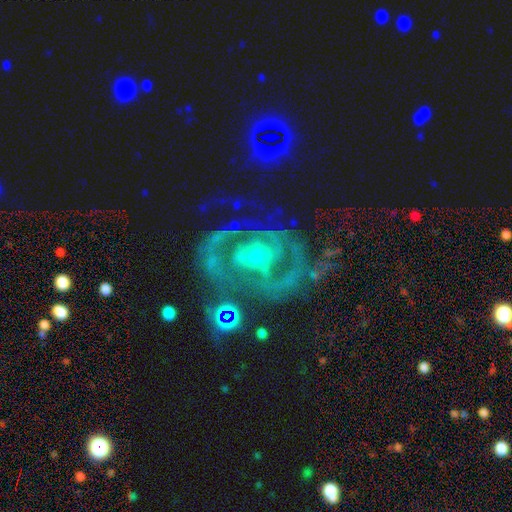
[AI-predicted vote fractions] Q: Smooth or featured?
A: featured or disk (86%); runner-up: star or artifact (8%)
Q: Edge-on disk?
A: no (97%); runner-up: yes (3%)
Q: Bar?
A: no (37%); runner-up: weak (36%)
Q: Spiral arms?
A: yes (83%); runner-up: no (17%)
Q: Spiral winding?
A: medium (43%); runner-up: tight (40%)
Q: Spiral arm count?
A: 2 (50%); runner-up: can't tell (23%)
Q: Bulge size?
A: small (54%); runner-up: moderate (40%)
Q: Merging?
A: none (53%); runner-up: major disturbance (24%)